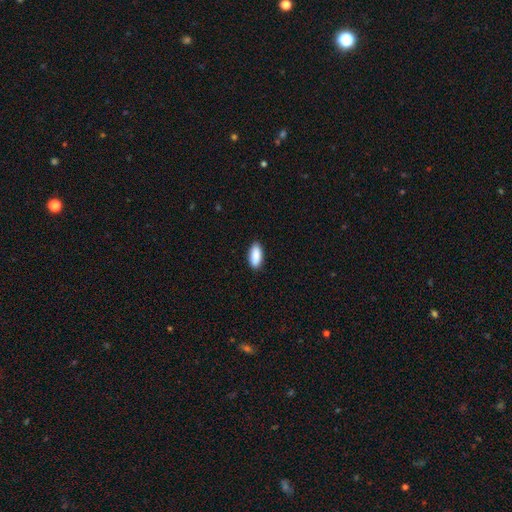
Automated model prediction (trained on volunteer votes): Smooth or featured? smooth (90%)
How rounded? in between (87%)
Merging? none (88%)